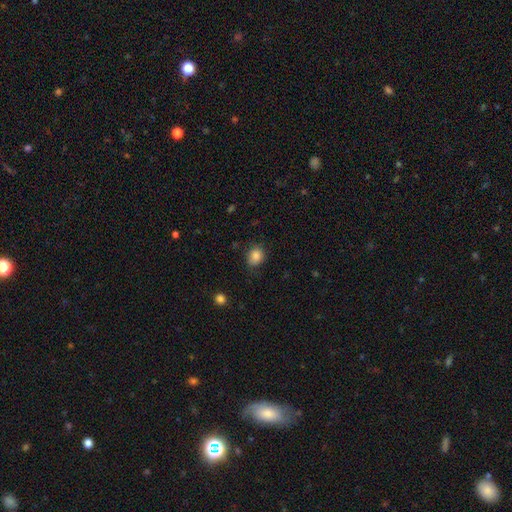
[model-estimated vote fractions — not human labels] This appears to be a smooth galaxy with no disk features (85%) that is round (62%). Merging: none (75%).